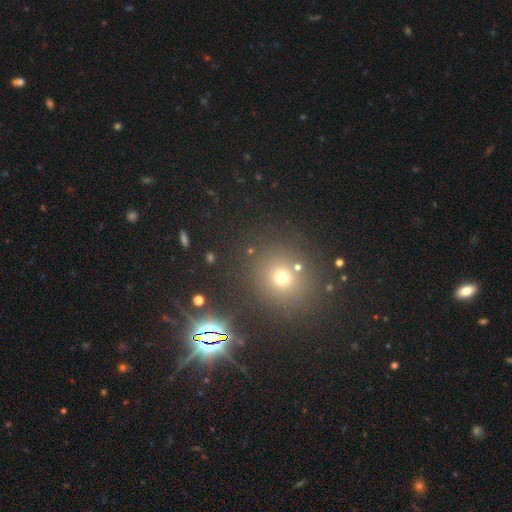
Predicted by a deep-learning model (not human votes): This appears to be a star or artifact, not a galaxy (48%).